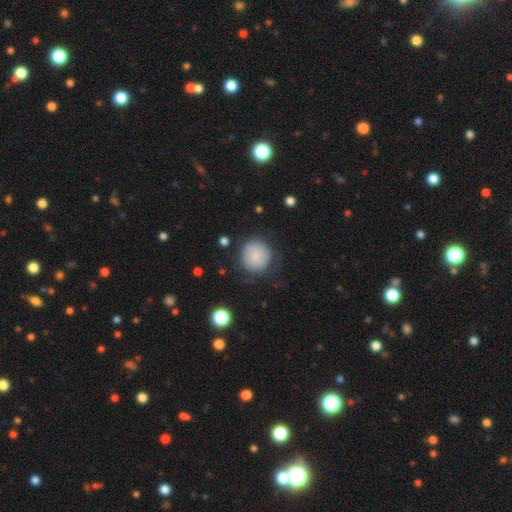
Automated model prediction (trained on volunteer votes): Q: Smooth or featured?
A: smooth (80%); runner-up: featured or disk (12%)
Q: How rounded?
A: round (92%); runner-up: in between (7%)
Q: Merging?
A: none (67%); runner-up: minor disturbance (19%)